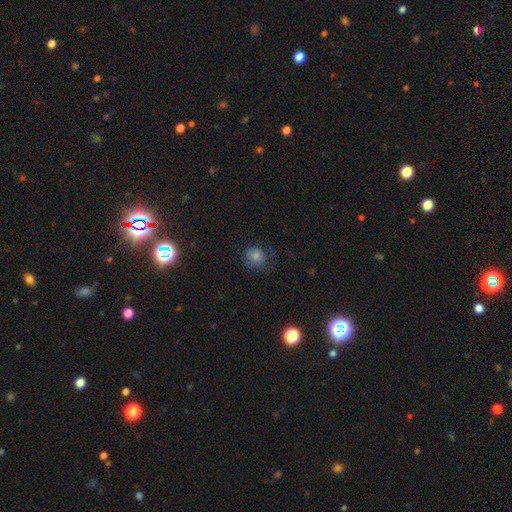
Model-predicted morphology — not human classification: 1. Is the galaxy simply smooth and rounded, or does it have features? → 61% smooth, 21% star or artifact, 18% featured or disk.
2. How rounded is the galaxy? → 81% round, 18% in between, 1% cigar-shaped.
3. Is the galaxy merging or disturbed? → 64% none, 21% minor disturbance, 13% major disturbance, 1% merger.